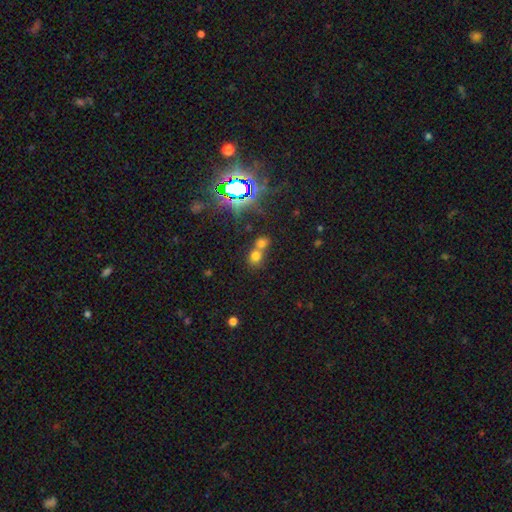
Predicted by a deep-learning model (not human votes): Smooth or featured? Predicted: smooth (p=0.64). How rounded? Predicted: round (p=0.72). Merging? Predicted: merger (p=0.56).